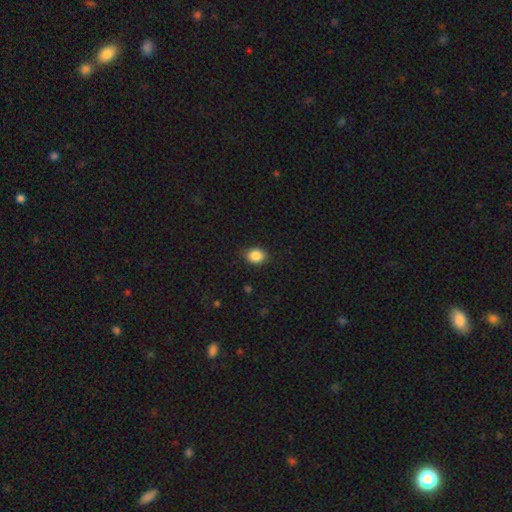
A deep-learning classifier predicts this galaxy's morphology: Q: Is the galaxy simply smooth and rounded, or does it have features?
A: smooth — 87%.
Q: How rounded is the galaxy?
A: round — 51%.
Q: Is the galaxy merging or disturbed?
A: none — 87%.